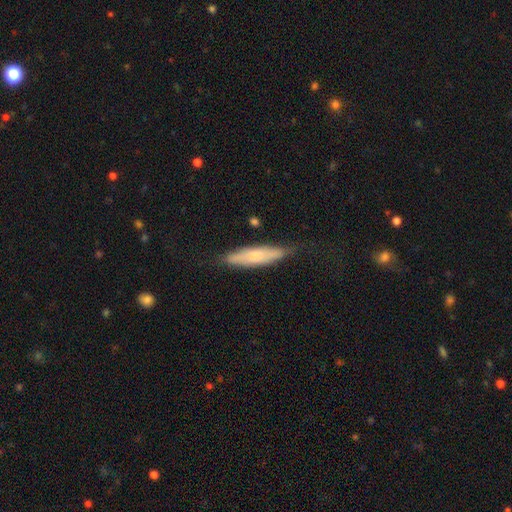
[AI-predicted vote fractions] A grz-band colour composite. It shows a smooth galaxy with no disk features (59%) that is cigar-shaped (72%). Merging: none (71%).